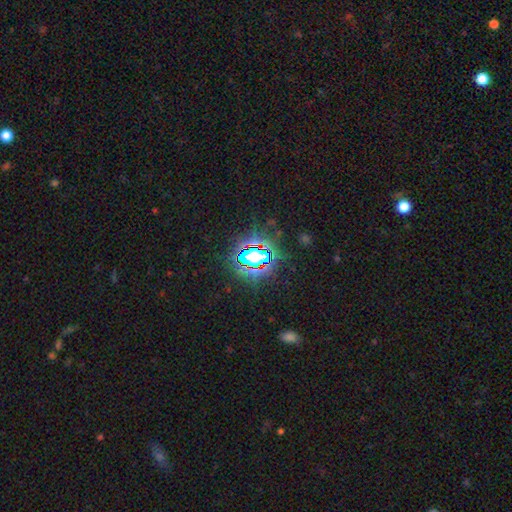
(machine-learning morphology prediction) A star or artifact, not a galaxy (75%).